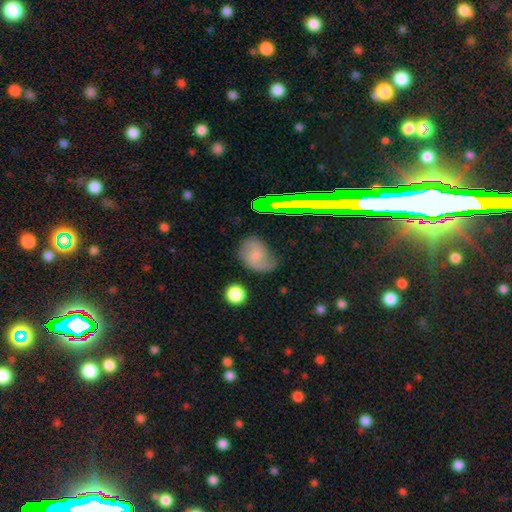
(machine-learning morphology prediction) Smooth or featured? Predicted: featured or disk (p=0.55). Edge-on disk? Predicted: no (p=0.96). Bar? Predicted: no (p=0.54). Spiral arms? Predicted: yes (p=0.91). Bulge size? Predicted: small (p=0.52). Merging? Predicted: none (p=0.61).